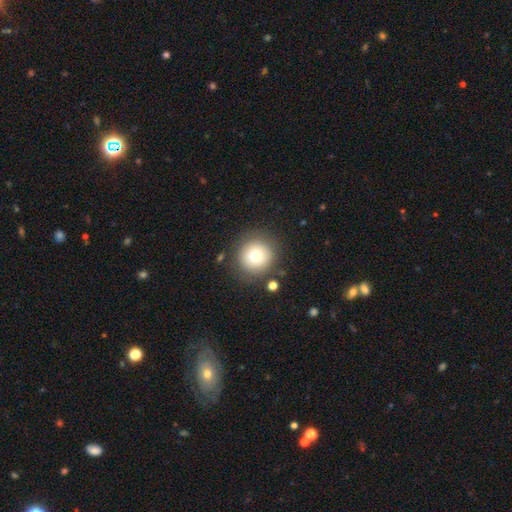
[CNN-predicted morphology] type=smooth (76%); roundness=round (93%); merging=none (83%).